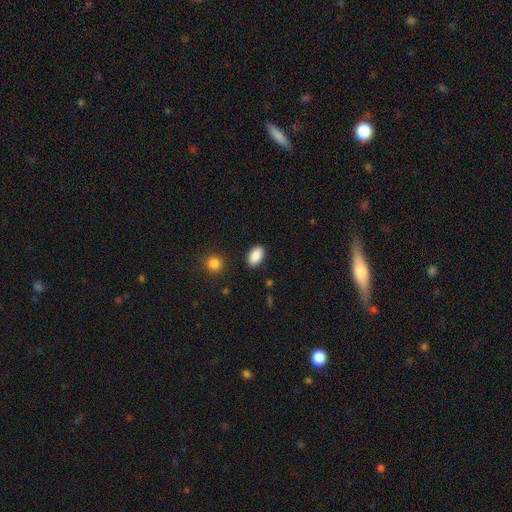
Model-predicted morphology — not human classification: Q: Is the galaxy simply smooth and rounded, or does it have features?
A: smooth — 89%.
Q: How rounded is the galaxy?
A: in between — 92%.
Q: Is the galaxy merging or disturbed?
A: none — 88%.